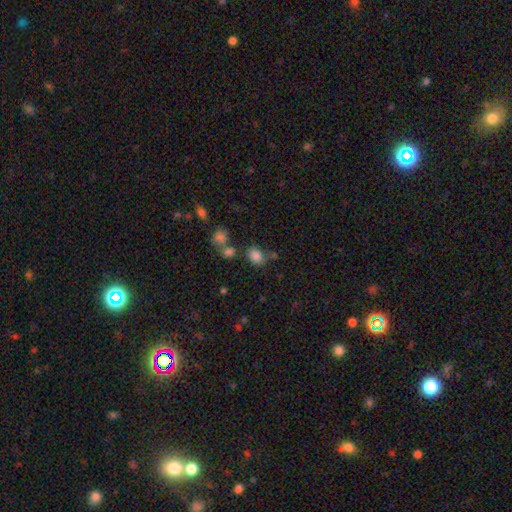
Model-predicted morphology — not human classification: A smooth galaxy with no disk features (82%) that is in between round and cigar-shaped (65%).

Vote fractions:
- Smooth or featured? smooth: 82% / star or artifact: 12% / featured or disk: 6%
- How rounded? in between: 65% / round: 34% / cigar-shaped: 1%
- Merging? none: 64% / merger: 16% / minor disturbance: 15% / major disturbance: 6%